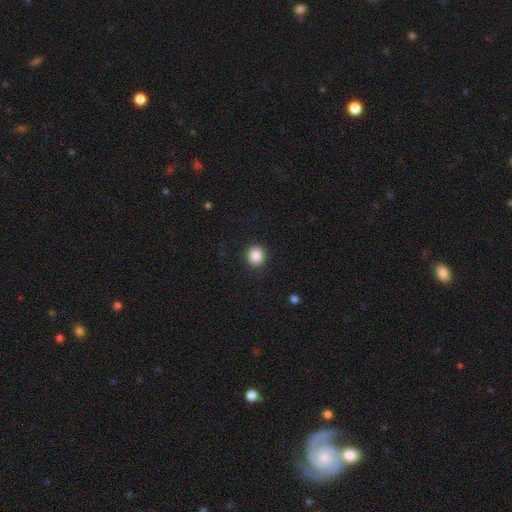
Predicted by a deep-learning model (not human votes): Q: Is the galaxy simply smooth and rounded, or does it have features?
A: smooth — 87%.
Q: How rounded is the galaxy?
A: round — 78%.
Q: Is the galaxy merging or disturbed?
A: none — 89%.